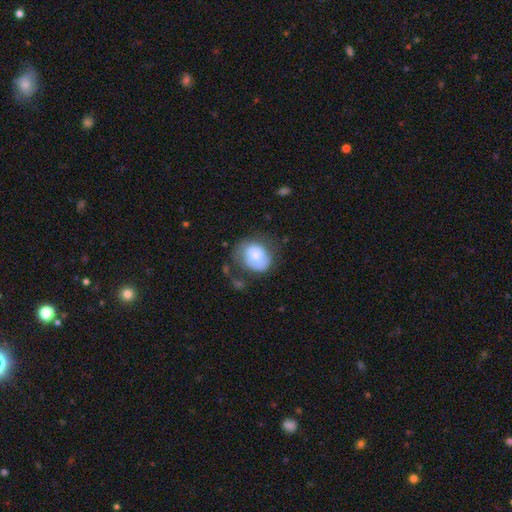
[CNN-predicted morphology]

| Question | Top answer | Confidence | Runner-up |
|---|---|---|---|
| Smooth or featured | smooth | 55% | featured or disk (38%) |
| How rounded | round | 52% | in between (47%) |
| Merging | none | 41% | minor disturbance (30%) |